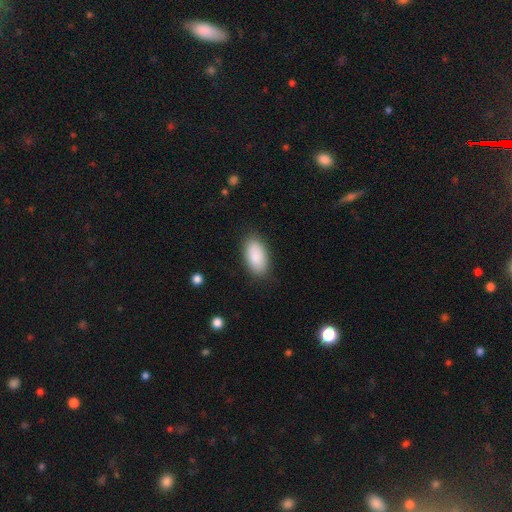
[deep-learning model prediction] smooth 89%, star or artifact 6%, featured or disk 5%. Down the decision tree: how rounded — in between (94%); merging — none (86%).